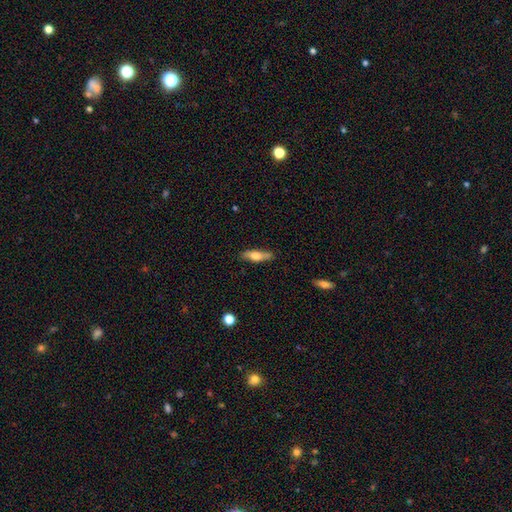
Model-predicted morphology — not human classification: Smooth or featured: smooth — 60% (featured or disk — 33%)
How rounded: cigar-shaped — 59% (in between — 38%)
Merging: none — 82% (minor disturbance — 14%)